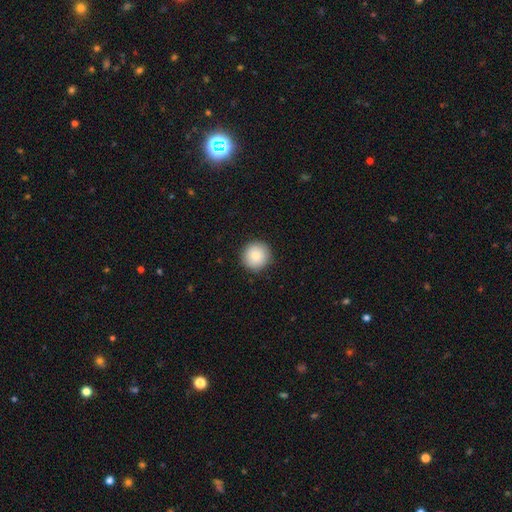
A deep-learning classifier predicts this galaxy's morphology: Smooth or featured?
  - smooth: 86% *
  - star or artifact: 8%
  - featured or disk: 7%
How rounded?
  - round: 95% *
  - in between: 4%
  - cigar-shaped: 1%
Merging?
  - none: 91% *
  - minor disturbance: 6%
  - major disturbance: 2%
  - merger: 1%